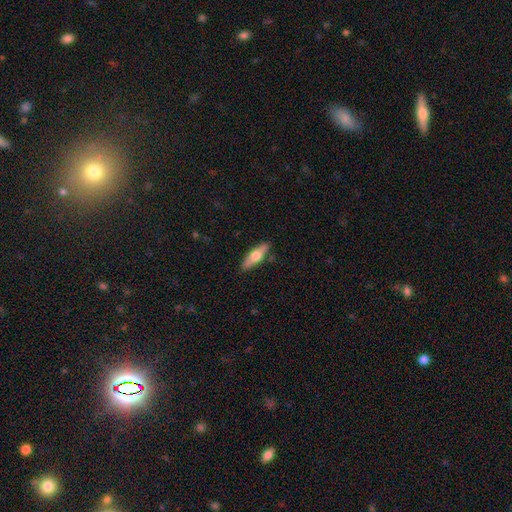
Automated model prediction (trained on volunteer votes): smooth-or-featured: smooth: 53% | featured or disk: 41% | star or artifact: 5%
  how-rounded: cigar-shaped: 52% | in between: 46% | round: 2%
  merging: none: 87% | minor disturbance: 10% | major disturbance: 2% | merger: 1%